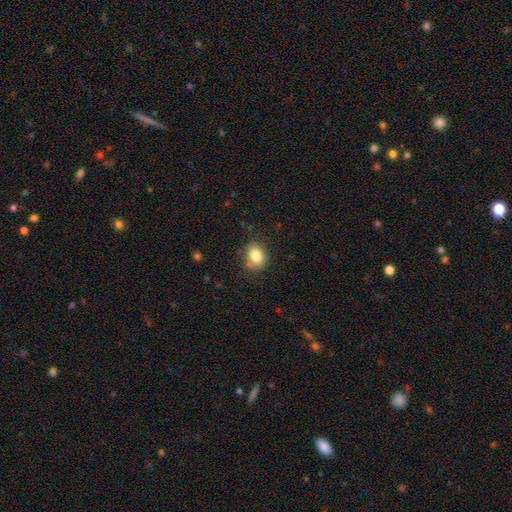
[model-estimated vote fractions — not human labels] smooth_or_featured: smooth (p=0.83) [alt: star or artifact p=0.10]
how_rounded: in between (p=0.55) [alt: round p=0.44]
merging: none (p=0.78) [alt: minor disturbance p=0.16]